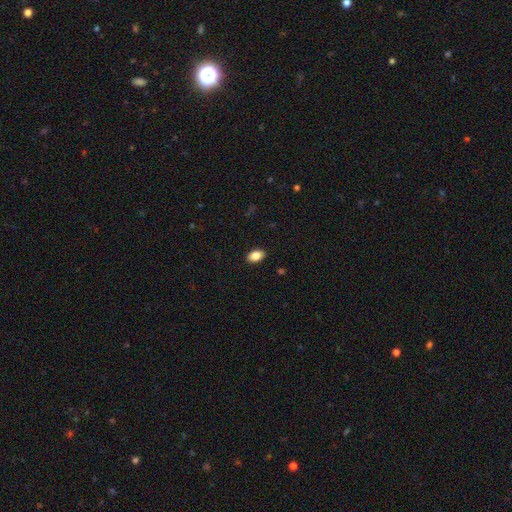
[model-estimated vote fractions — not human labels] This appears to be a smooth galaxy with no disk features (87%) that is in between round and cigar-shaped (90%). Merging: none (90%).